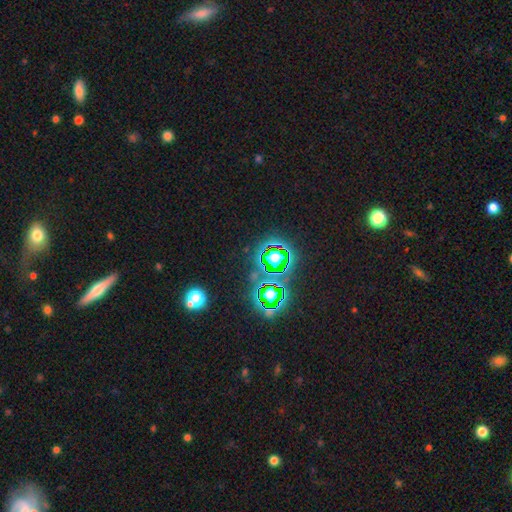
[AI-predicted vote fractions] Q: Smooth or featured?
A: star or artifact (72%); runner-up: smooth (20%)